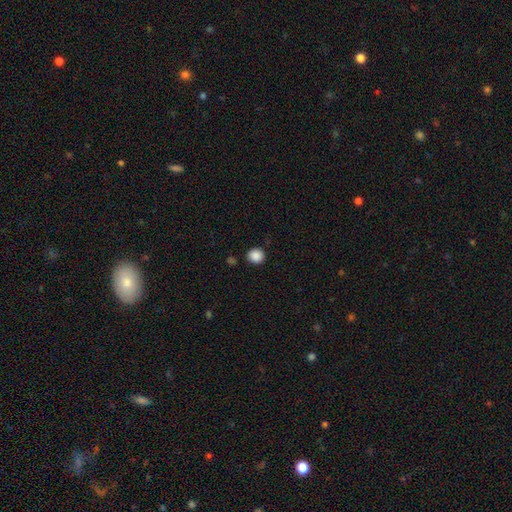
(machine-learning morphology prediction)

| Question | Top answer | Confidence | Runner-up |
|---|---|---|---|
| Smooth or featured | smooth | 88% | star or artifact (9%) |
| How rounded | round | 89% | in between (10%) |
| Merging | none | 88% | minor disturbance (7%) |